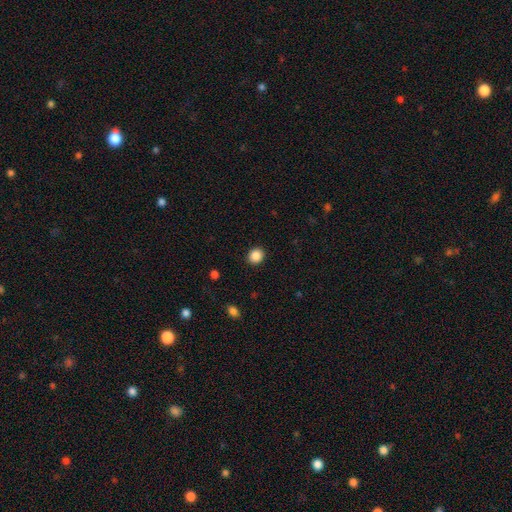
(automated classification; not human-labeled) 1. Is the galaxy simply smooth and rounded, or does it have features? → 87% smooth, 10% star or artifact, 3% featured or disk.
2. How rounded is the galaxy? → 81% round, 18% in between, 1% cigar-shaped.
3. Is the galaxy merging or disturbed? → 91% none, 6% minor disturbance, 2% major disturbance, 1% merger.